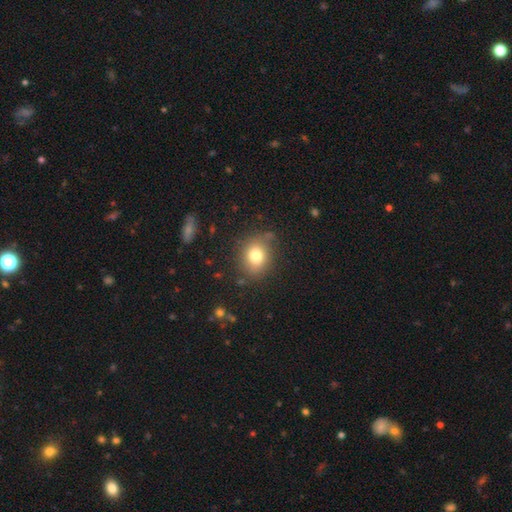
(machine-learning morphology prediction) This is likely a smooth galaxy (77%). How rounded: possibly round (59%). Merging: likely none (79%).